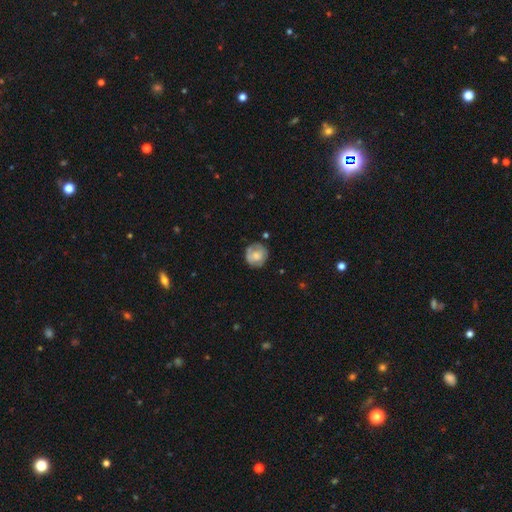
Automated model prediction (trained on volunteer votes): smooth_or_featured: smooth (p=0.60) [alt: featured or disk p=0.32]
how_rounded: round (p=0.87) [alt: in between p=0.12]
merging: none (p=0.69) [alt: minor disturbance p=0.21]